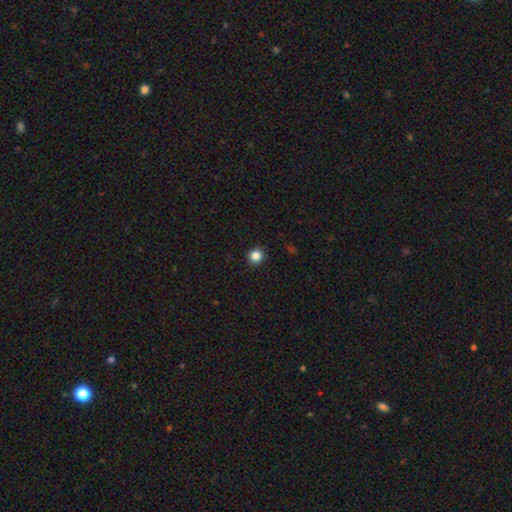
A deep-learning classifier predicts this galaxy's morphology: Smooth or featured?
  - smooth: 85% *
  - star or artifact: 12%
  - featured or disk: 4%
How rounded?
  - round: 92% *
  - in between: 7%
  - cigar-shaped: 1%
Merging?
  - none: 92% *
  - minor disturbance: 6%
  - major disturbance: 2%
  - merger: 1%